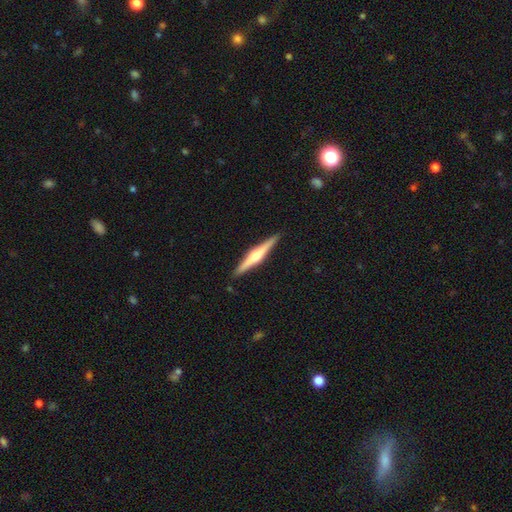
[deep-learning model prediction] featured or disk 71%, smooth 24%, star or artifact 5%. Down the decision tree: edge-on disk — yes (98%); edge-on bulge — rounded (86%); merging — none (91%).